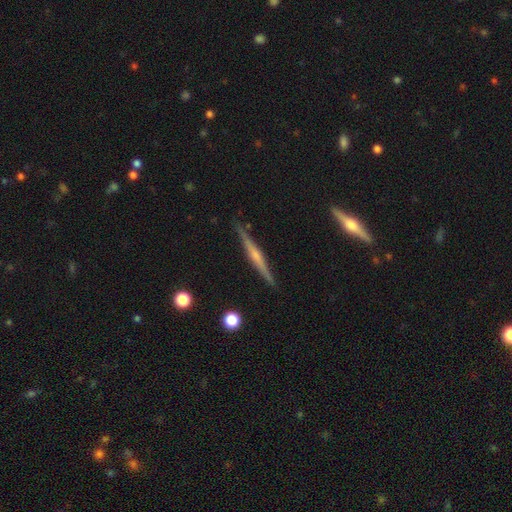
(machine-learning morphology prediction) smooth-or-featured: featured or disk: 74% | smooth: 20% | star or artifact: 6%
  disk-edge-on: yes: 98% | no: 2%
    edge-on-bulge: rounded: 66% | none: 22% | boxy: 12%
  merging: none: 90% | minor disturbance: 7% | major disturbance: 1% | merger: 1%